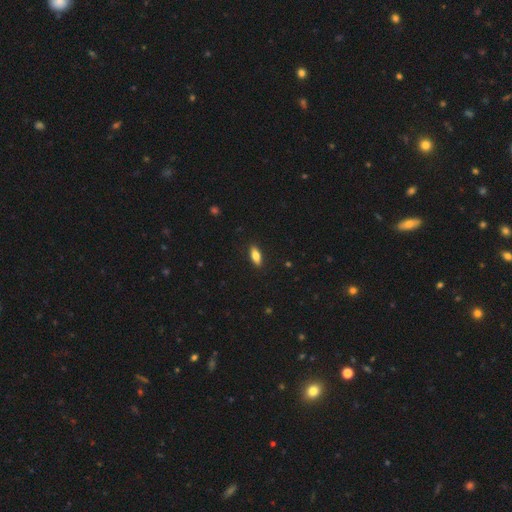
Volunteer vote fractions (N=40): A smooth galaxy with no disk features (80%) that is in between round and cigar-shaped (66%). Merging: none (90%).